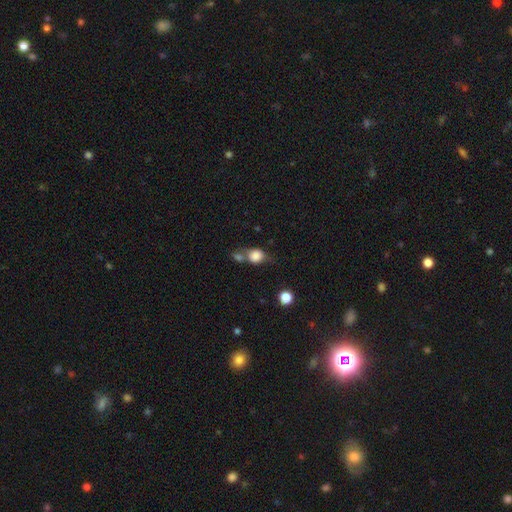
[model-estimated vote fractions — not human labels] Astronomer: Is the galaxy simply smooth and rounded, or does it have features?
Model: smooth — 80%.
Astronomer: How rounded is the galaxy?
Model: round — 65%.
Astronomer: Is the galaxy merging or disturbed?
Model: merger — 41% (runner-up: none, 36%).